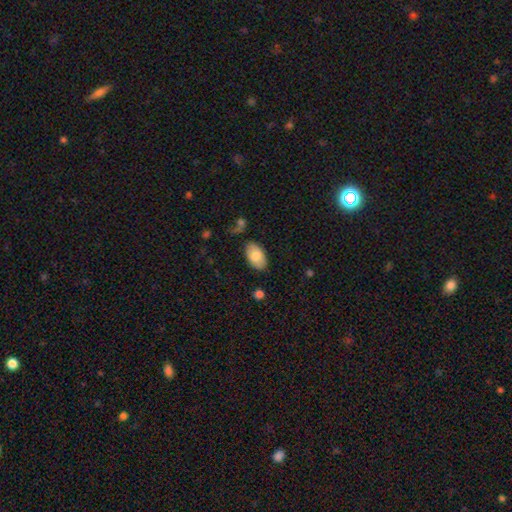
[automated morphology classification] Smooth or featured? Predicted: smooth (p=0.79). How rounded? Predicted: in between (p=0.95). Merging? Predicted: none (p=0.81).